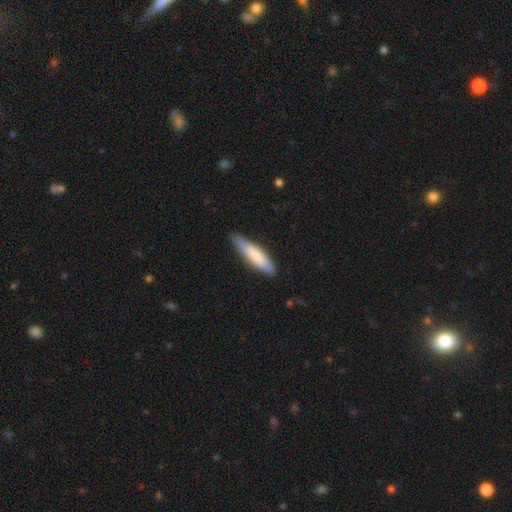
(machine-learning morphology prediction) type=smooth (76%); roundness=cigar-shaped (74%); merging=none (74%).